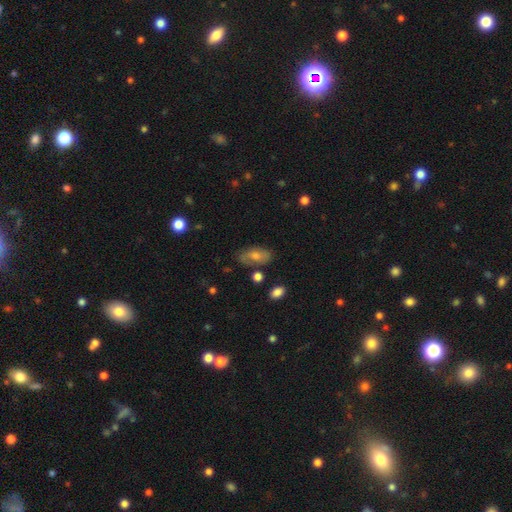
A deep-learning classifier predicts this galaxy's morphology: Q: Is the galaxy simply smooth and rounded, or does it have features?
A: smooth — 52%.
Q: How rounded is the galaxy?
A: in between — 86%.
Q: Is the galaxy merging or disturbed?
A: none — 73%.